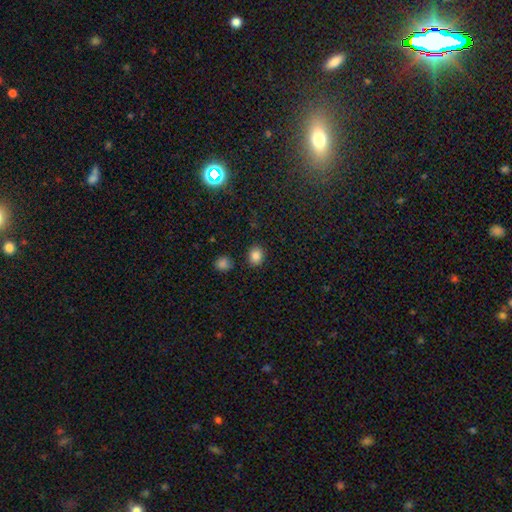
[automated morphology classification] Smooth or featured?
  - smooth: 84% *
  - star or artifact: 11%
  - featured or disk: 5%
How rounded?
  - round: 61% *
  - in between: 38%
  - cigar-shaped: 1%
Merging?
  - none: 87% *
  - minor disturbance: 8%
  - merger: 3%
  - major disturbance: 2%